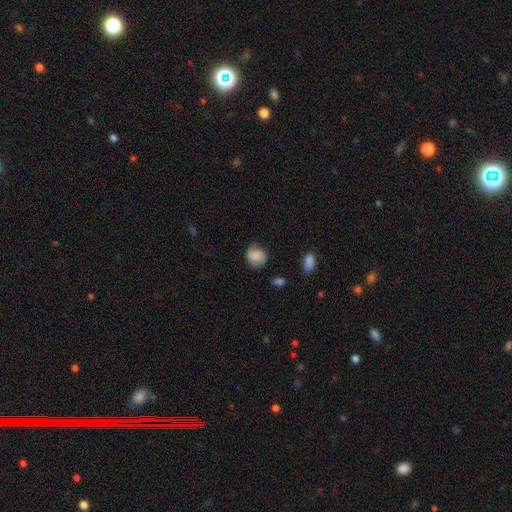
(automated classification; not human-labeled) smooth_or_featured: smooth (p=0.74) [alt: featured or disk p=0.18]
how_rounded: round (p=0.68) [alt: in between p=0.31]
merging: none (p=0.61) [alt: minor disturbance p=0.29]